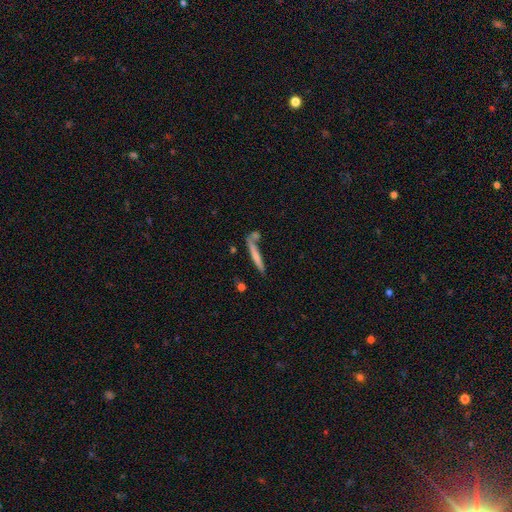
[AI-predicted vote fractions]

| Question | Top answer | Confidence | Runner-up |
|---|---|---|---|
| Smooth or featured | smooth | 60% | featured or disk (34%) |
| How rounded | cigar-shaped | 94% | in between (5%) |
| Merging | none | 66% | merger (16%) |